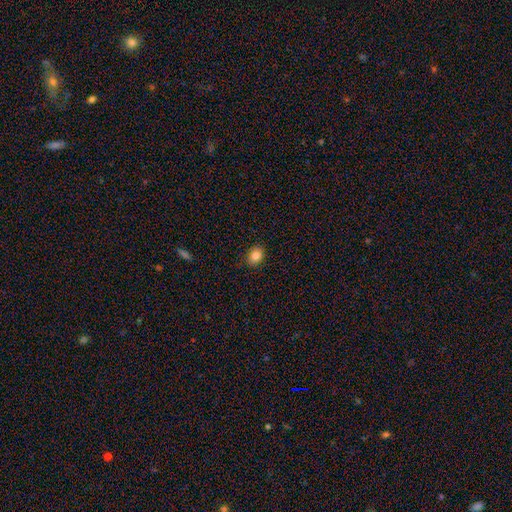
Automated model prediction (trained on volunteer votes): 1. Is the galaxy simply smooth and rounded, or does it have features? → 83% smooth, 10% star or artifact, 7% featured or disk.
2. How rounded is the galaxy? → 64% in between, 35% round, 1% cigar-shaped.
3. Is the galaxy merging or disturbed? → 87% none, 10% minor disturbance, 2% major disturbance, 1% merger.